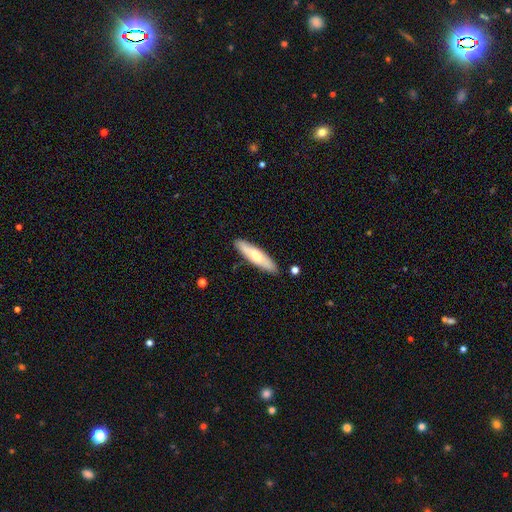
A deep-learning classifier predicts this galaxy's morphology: Smooth or featured? smooth (57%)
How rounded? cigar-shaped (72%)
Merging? none (87%)